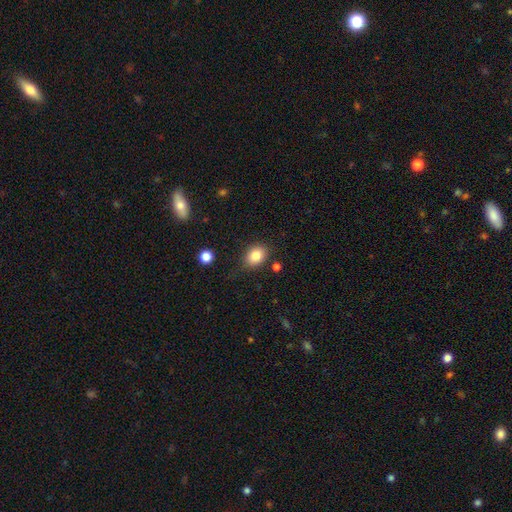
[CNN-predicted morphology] Q: Smooth or featured?
A: smooth (83%); runner-up: star or artifact (9%)
Q: How rounded?
A: in between (60%); runner-up: round (39%)
Q: Merging?
A: none (79%); runner-up: minor disturbance (14%)